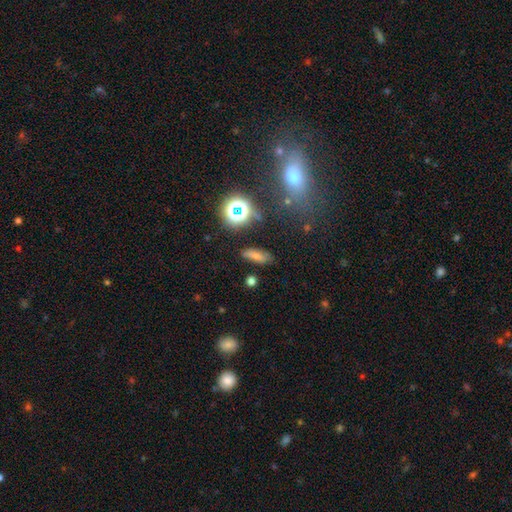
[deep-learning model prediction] Smooth or featured?
  - smooth: 65% *
  - star or artifact: 20%
  - featured or disk: 15%
How rounded?
  - in between: 57% *
  - cigar-shaped: 36%
  - round: 8%
Merging?
  - none: 78% *
  - minor disturbance: 14%
  - major disturbance: 4%
  - merger: 3%